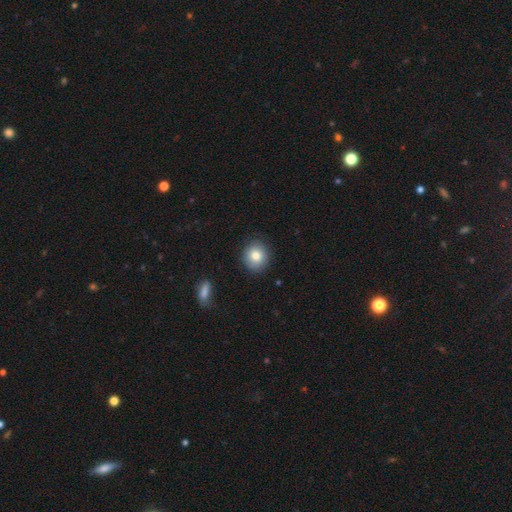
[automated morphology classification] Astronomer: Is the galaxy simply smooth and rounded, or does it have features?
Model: smooth — 82%.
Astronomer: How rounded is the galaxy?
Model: round — 83%.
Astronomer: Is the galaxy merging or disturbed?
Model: none — 87%.